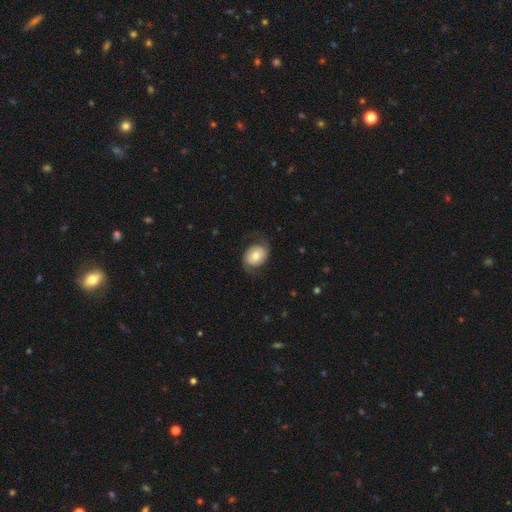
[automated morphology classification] Overall: featured or disk (48%; smooth 45%). Merging: none (69%).